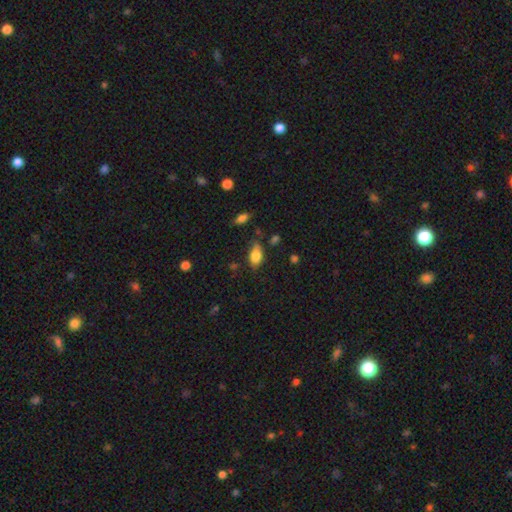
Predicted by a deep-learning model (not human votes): Q: Smooth or featured?
A: smooth (80%); runner-up: featured or disk (12%)
Q: How rounded?
A: in between (87%); runner-up: round (8%)
Q: Merging?
A: none (62%); runner-up: minor disturbance (27%)